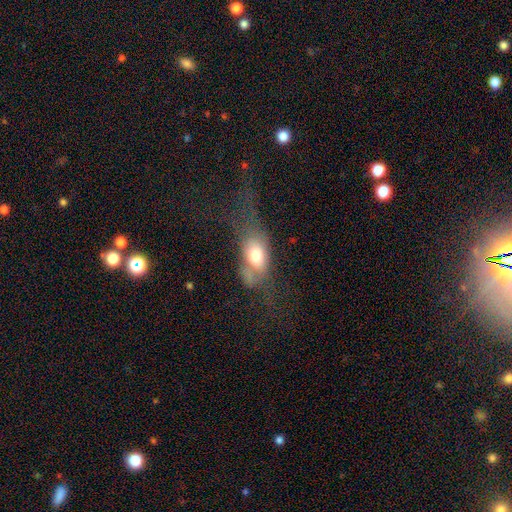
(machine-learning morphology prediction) Smooth or featured? smooth (66%)
How rounded? in between (85%)
Merging? major disturbance (43%)